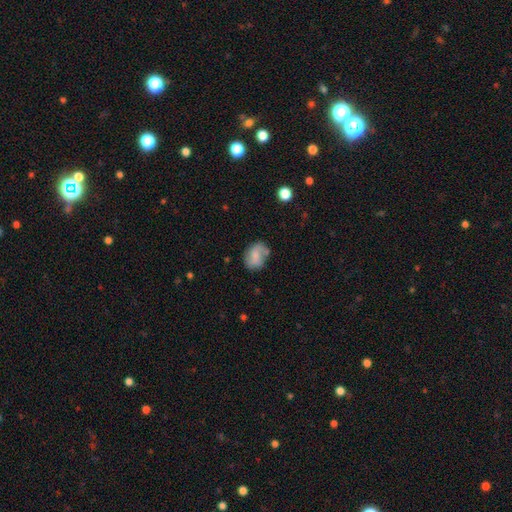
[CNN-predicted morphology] A smooth galaxy with no disk features (63%) that is in between round and cigar-shaped (63%). Merging: none (55%).